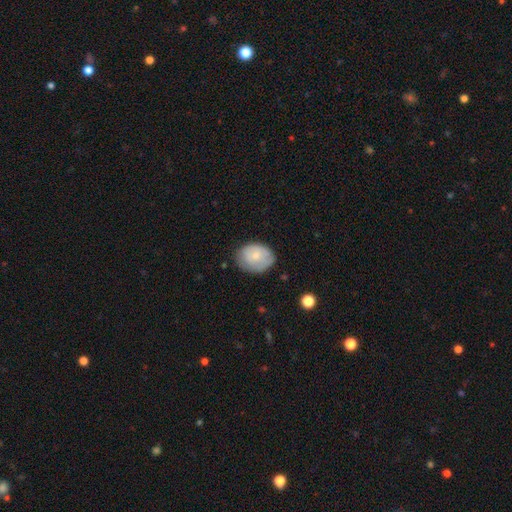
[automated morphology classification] This is likely a smooth galaxy (68%). How rounded: likely in between (60%). Merging: likely none (67%).